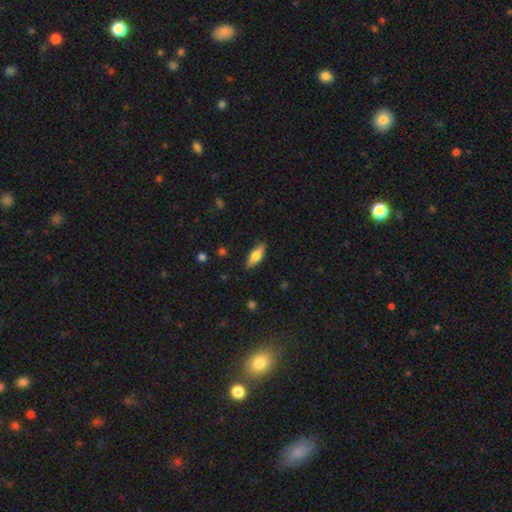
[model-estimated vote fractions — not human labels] smooth_or_featured: smooth (p=0.56) [alt: featured or disk p=0.38]
how_rounded: in between (p=0.55) [alt: cigar-shaped p=0.42]
merging: none (p=0.86) [alt: minor disturbance p=0.10]